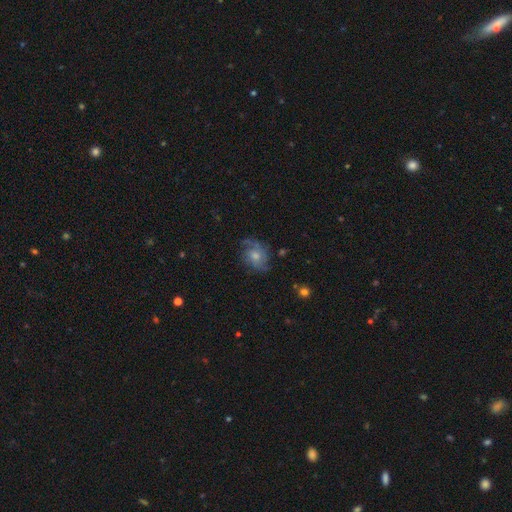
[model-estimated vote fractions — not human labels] Smooth or featured?
  - featured or disk: 59% *
  - smooth: 32%
  - star or artifact: 9%
Edge-on disk?
  - no: 97% *
  - yes: 3%
Bar?
  - no: 76% *
  - weak: 21%
  - strong: 3%
Spiral arms?
  - yes: 84% *
  - no: 16%
Bulge size?
  - moderate: 54% *
  - small: 34%
  - large: 6%
  - none: 4%
  - dominant: 1%
Merging?
  - none: 59% *
  - minor disturbance: 24%
  - major disturbance: 15%
  - merger: 2%